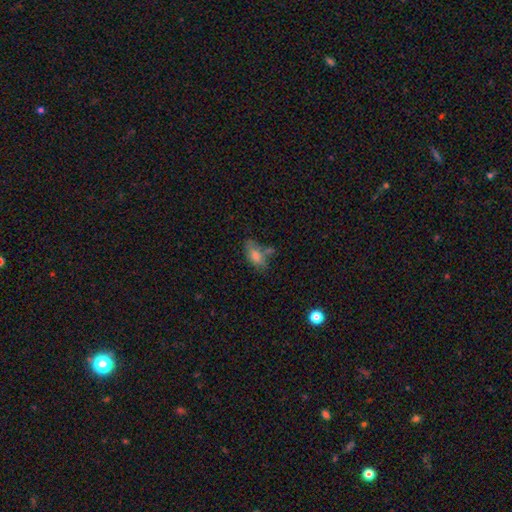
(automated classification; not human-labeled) Q: Smooth or featured?
A: smooth (76%); runner-up: featured or disk (15%)
Q: How rounded?
A: in between (88%); runner-up: cigar-shaped (7%)
Q: Merging?
A: none (48%); runner-up: minor disturbance (25%)